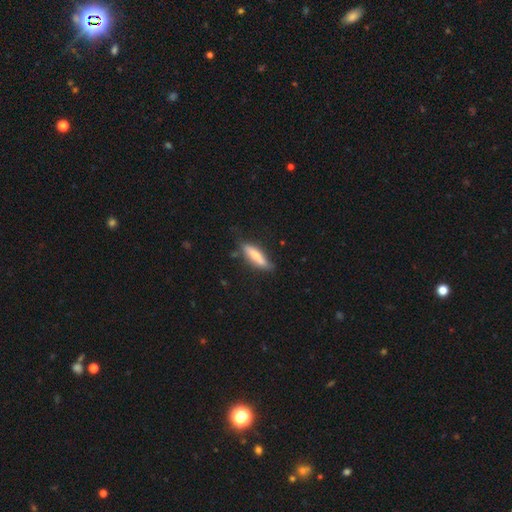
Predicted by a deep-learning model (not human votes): Morphology: type=smooth (68%); roundness=cigar-shaped (68%); merging=none (73%).